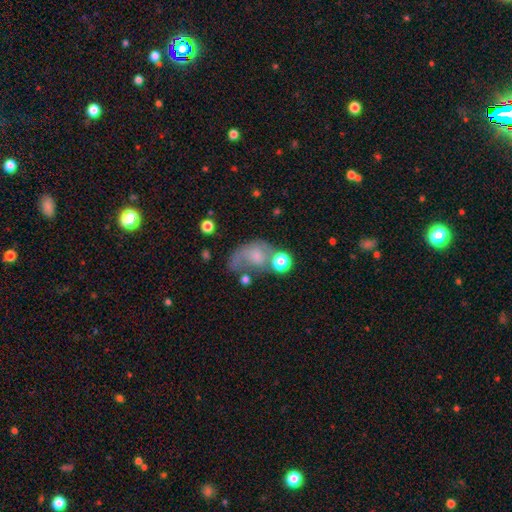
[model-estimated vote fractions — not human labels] smooth 51%, featured or disk 34%, star or artifact 15%. Down the decision tree: how rounded — in between (75%); merging — major disturbance (36%).